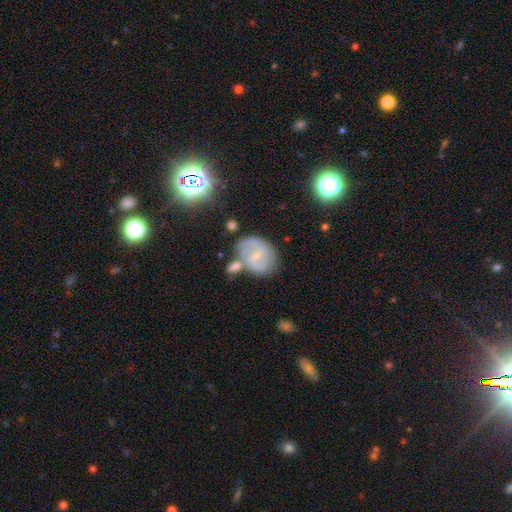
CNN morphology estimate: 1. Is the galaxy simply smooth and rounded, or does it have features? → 61% featured or disk, 30% smooth, 9% star or artifact.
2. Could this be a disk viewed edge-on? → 96% no, 4% yes.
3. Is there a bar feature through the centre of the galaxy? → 50% weak, 26% no, 23% strong.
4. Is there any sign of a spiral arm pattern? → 74% yes, 26% no.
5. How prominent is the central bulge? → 71% small, 23% moderate, 4% none, 1% large, 1% dominant.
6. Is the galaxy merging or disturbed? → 52% none, 22% merger, 19% minor disturbance, 7% major disturbance.